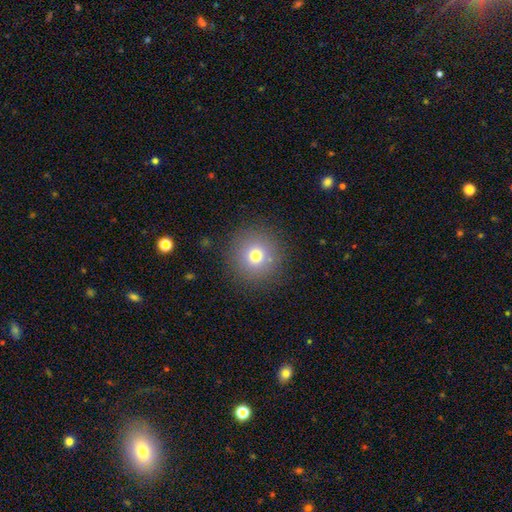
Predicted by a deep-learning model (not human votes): The model was most divided on "smooth or featured": smooth: 73%, star or artifact: 15%, featured or disk: 12%. More confident: how rounded — round (95%); merging — none (88%).